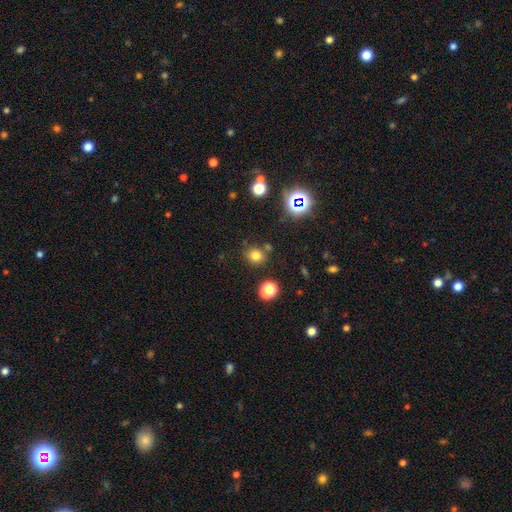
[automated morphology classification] smooth 75%, star or artifact 18%, featured or disk 7%. Down the decision tree: how rounded — round (77%); merging — none (78%).